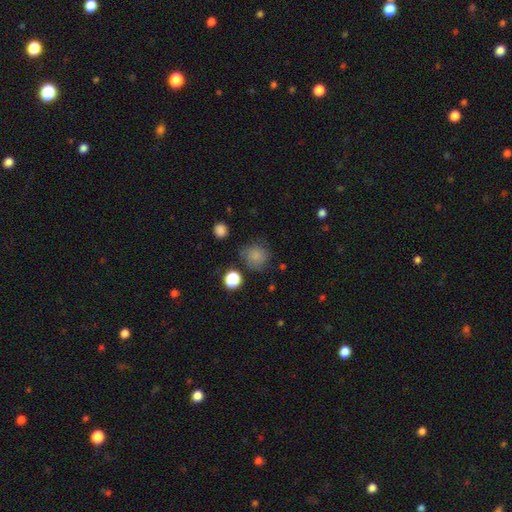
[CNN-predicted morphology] type=smooth (79%); roundness=round (85%); merging=none (69%).